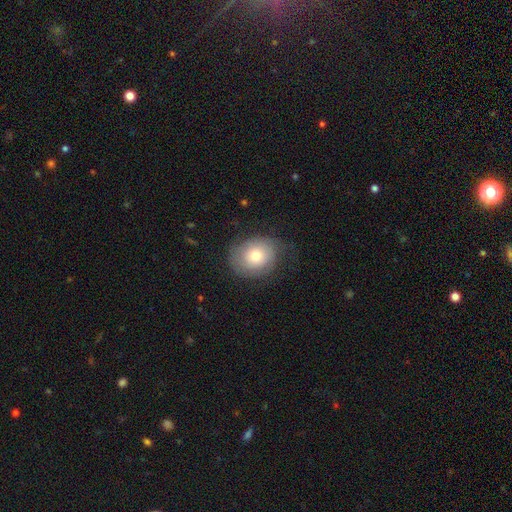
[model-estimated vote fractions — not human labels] Smooth or featured? Predicted: smooth (p=0.64). How rounded? Predicted: round (p=0.65). Merging? Predicted: none (p=0.67).